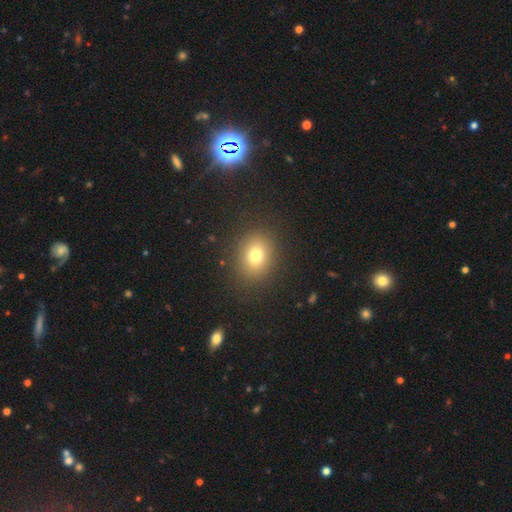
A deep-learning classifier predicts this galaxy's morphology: Overall: smooth (76%). How rounded: round (58%; in between 41%). Merging: none (87%).